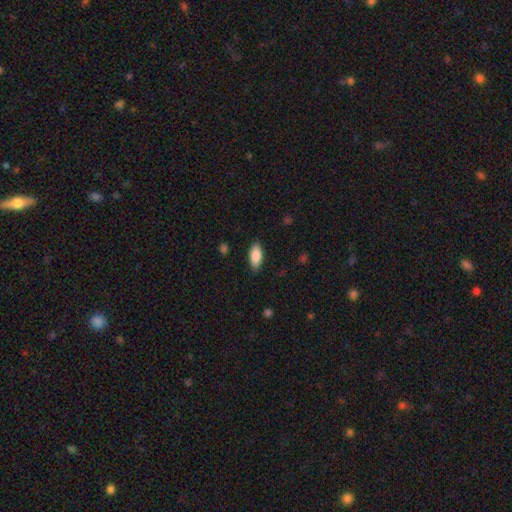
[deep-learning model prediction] smooth_or_featured: smooth (p=0.86) [alt: featured or disk p=0.08]
how_rounded: in between (p=0.87) [alt: cigar-shaped p=0.12]
merging: none (p=0.87) [alt: minor disturbance p=0.10]